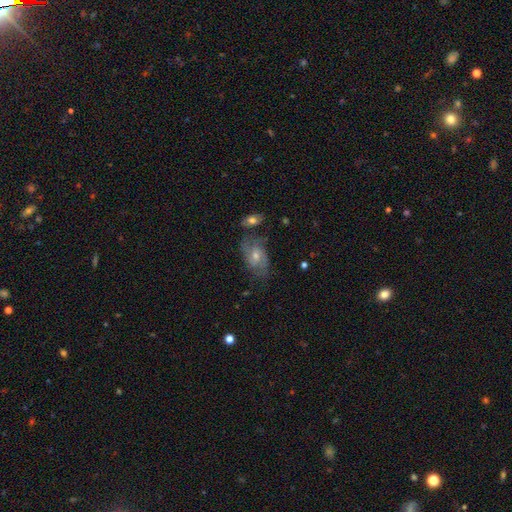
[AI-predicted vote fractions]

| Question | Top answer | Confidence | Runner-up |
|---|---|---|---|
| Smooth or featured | featured or disk | 68% | smooth (20%) |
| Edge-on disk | no | 95% | yes (5%) |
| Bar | no | 56% | weak (37%) |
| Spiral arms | yes | 87% | no (13%) |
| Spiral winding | medium | 47% | tight (30%) |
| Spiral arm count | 2 | 62% | can't tell (22%) |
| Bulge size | moderate | 51% | small (43%) |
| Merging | none | 63% | minor disturbance (19%) |